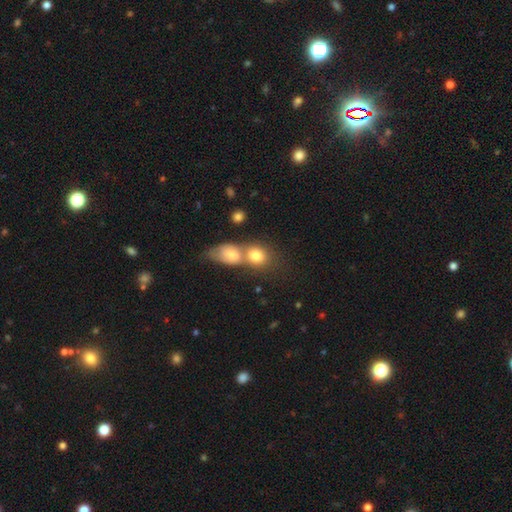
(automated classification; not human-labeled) Smooth or featured?
  - smooth: 78% *
  - featured or disk: 13%
  - star or artifact: 9%
How rounded?
  - round: 55% *
  - in between: 43%
  - cigar-shaped: 2%
Merging?
  - merger: 60% *
  - none: 28%
  - minor disturbance: 8%
  - major disturbance: 4%